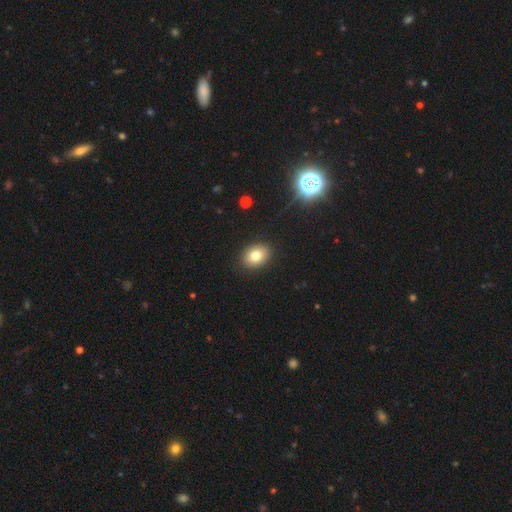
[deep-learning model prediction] This is likely a smooth galaxy (79%). How rounded: likely in between (63%). Merging: clearly none (89%).